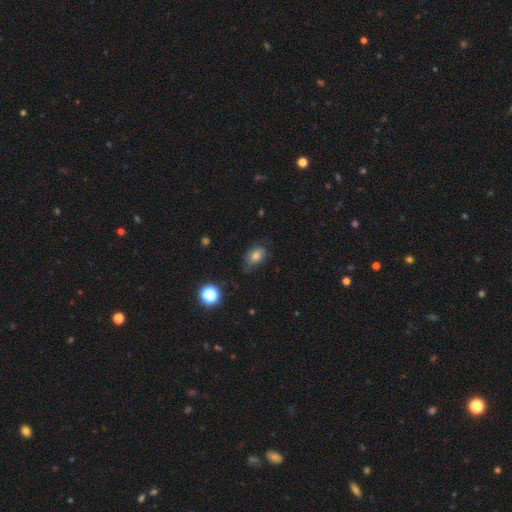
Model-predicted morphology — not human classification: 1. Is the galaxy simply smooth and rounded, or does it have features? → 77% smooth, 12% star or artifact, 11% featured or disk.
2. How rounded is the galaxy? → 80% in between, 18% round, 2% cigar-shaped.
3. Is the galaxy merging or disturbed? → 59% none, 30% minor disturbance, 9% major disturbance, 2% merger.